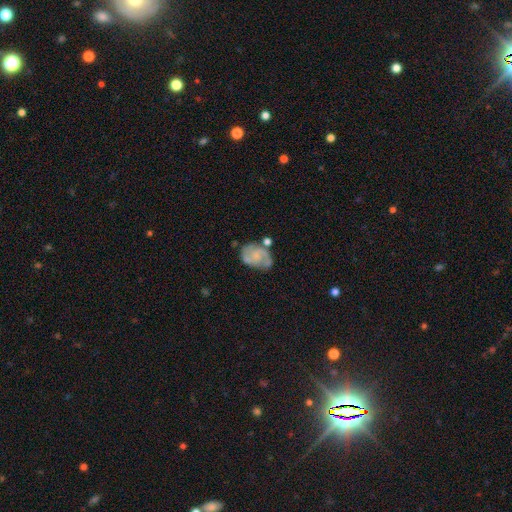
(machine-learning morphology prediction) Smooth or featured? Predicted: featured or disk (p=0.65). Edge-on disk? Predicted: no (p=0.98). Bar? Predicted: no (p=0.69). Spiral arms? Predicted: yes (p=0.83). Spiral winding? Predicted: medium (p=0.48). Spiral arm count? Predicted: 2 (p=0.70). Bulge size? Predicted: none (p=0.42). Merging? Predicted: none (p=0.52).